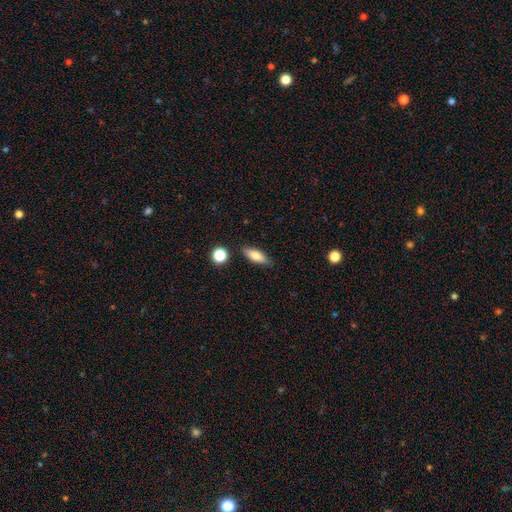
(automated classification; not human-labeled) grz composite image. It shows a smooth galaxy with no disk features (77%) that is in between round and cigar-shaped (64%). Merging: none (83%).